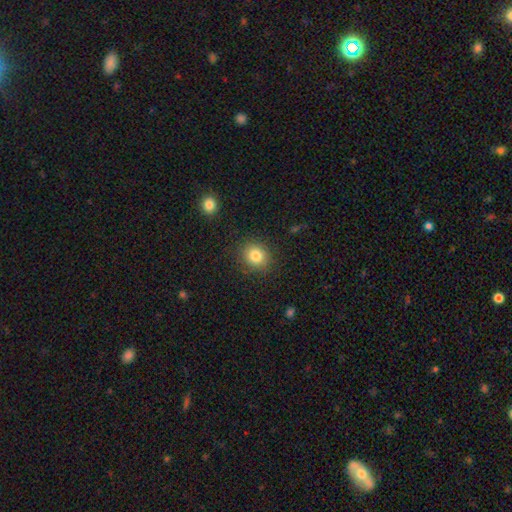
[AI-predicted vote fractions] A smooth galaxy with no disk features (83%) that is round (80%). Merging: none (87%).